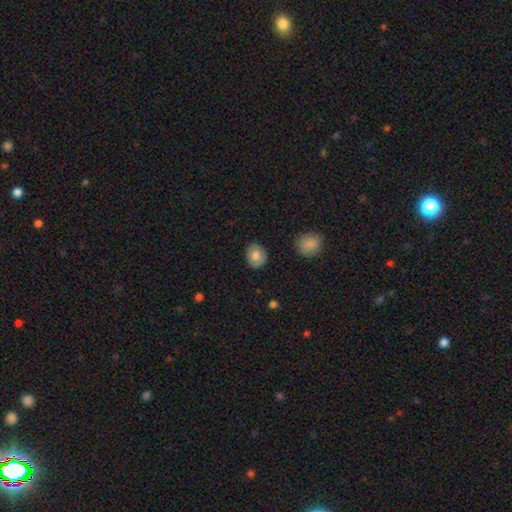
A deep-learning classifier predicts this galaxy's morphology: Smooth or featured?
  - smooth: 79% *
  - featured or disk: 13%
  - star or artifact: 8%
How rounded?
  - round: 68% *
  - in between: 31%
  - cigar-shaped: 1%
Merging?
  - none: 87% *
  - minor disturbance: 10%
  - major disturbance: 2%
  - merger: 1%